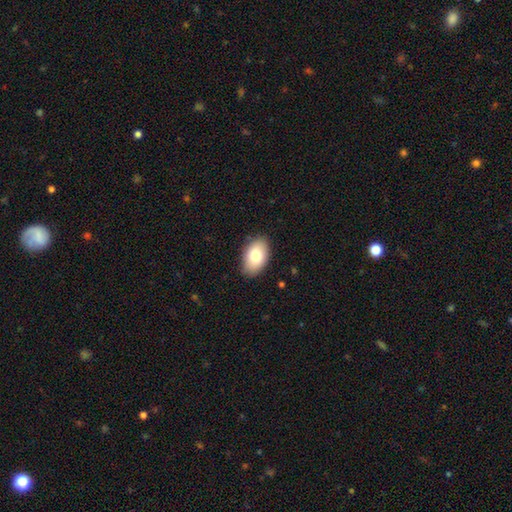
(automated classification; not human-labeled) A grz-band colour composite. It shows a smooth galaxy with no disk features (80%) that is in between round and cigar-shaped (92%). Merging: none (85%).